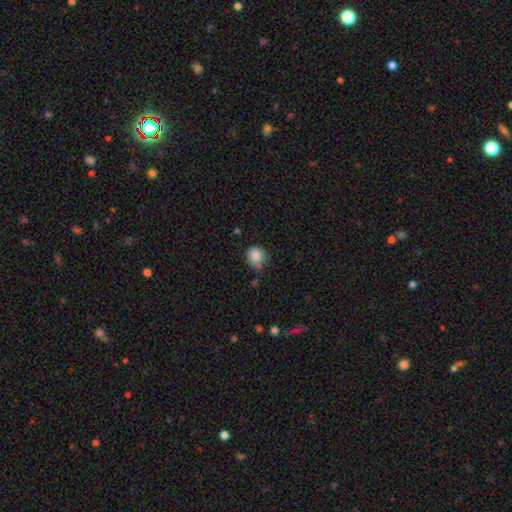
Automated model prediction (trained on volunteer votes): smooth-or-featured: smooth: 85% | star or artifact: 9% | featured or disk: 6%
  how-rounded: round: 78% | in between: 21% | cigar-shaped: 1%
  merging: none: 59% | minor disturbance: 29% | major disturbance: 6% | merger: 5%